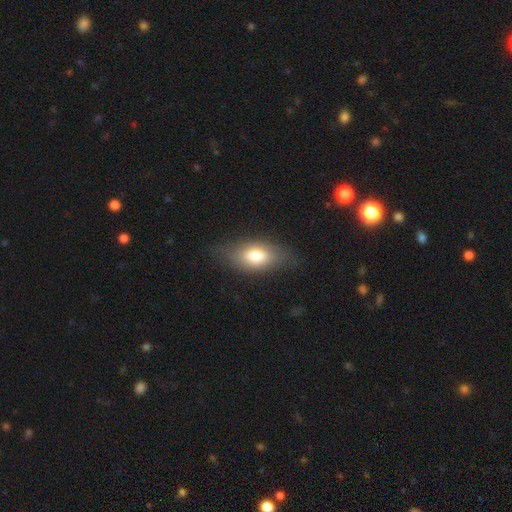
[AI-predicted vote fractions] Overall: smooth (77%). How rounded: in between (87%). Merging: none (74%).